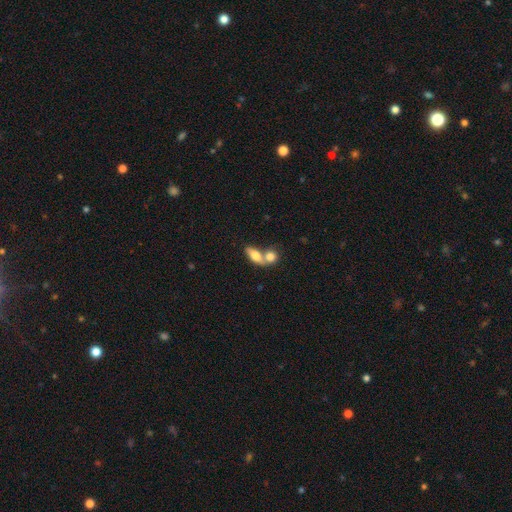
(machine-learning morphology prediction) smooth 72%, featured or disk 21%, star or artifact 7%. Down the decision tree: how rounded — in between (75%); merging — merger (61%).